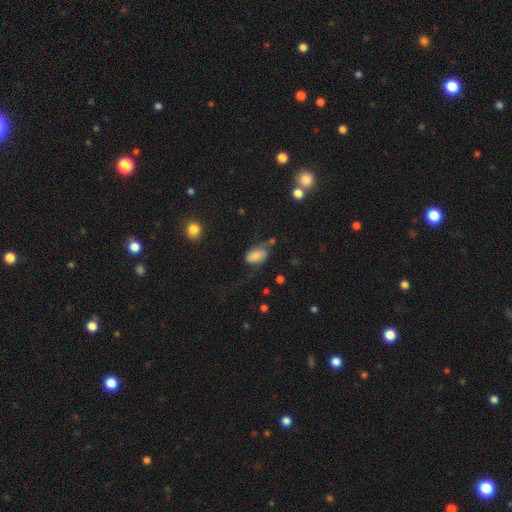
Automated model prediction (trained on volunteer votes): A smooth galaxy with no disk features (61%) that is in between round and cigar-shaped (91%). Merging: none (39%).